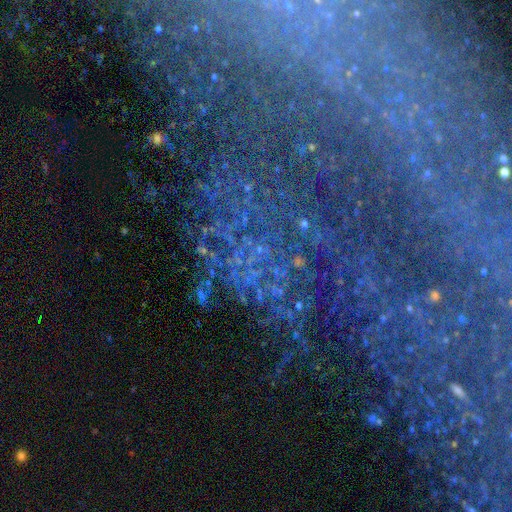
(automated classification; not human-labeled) This appears to be a star or artifact, not a galaxy (79%).